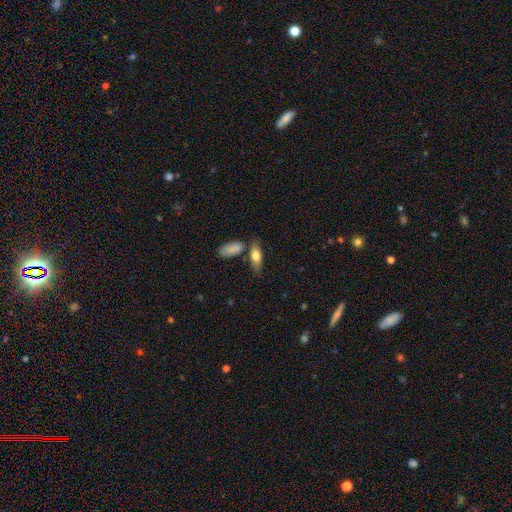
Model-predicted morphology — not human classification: Overall: smooth (75%). How rounded: in between (71%). Merging: none (65%).